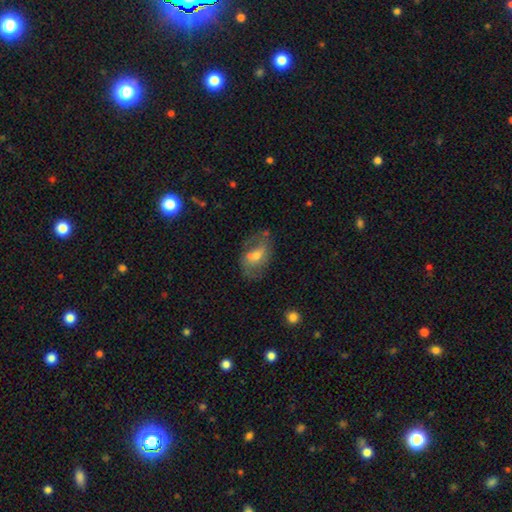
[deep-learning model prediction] Q: Smooth or featured?
A: featured or disk (48%); runner-up: smooth (43%)
Q: Merging?
A: none (54%); runner-up: minor disturbance (23%)